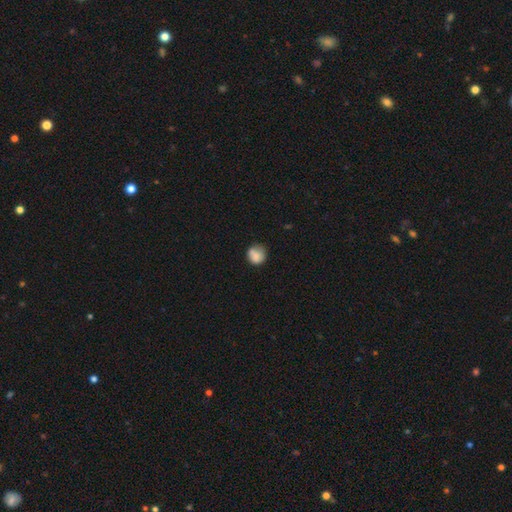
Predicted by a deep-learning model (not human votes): Smooth or featured? smooth (78%)
How rounded? round (86%)
Merging? none (57%)